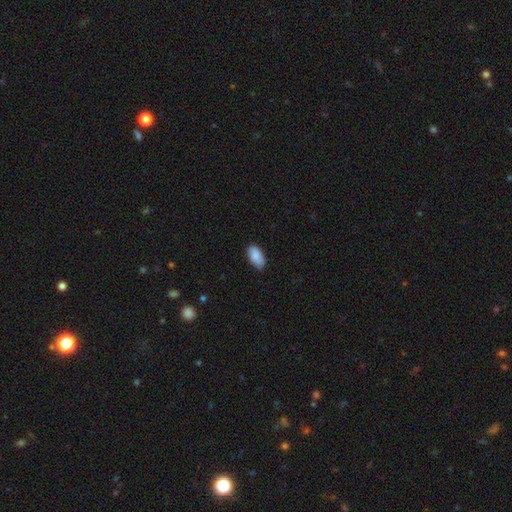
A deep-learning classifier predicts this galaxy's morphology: type=smooth (88%); roundness=in between (94%); merging=none (78%).